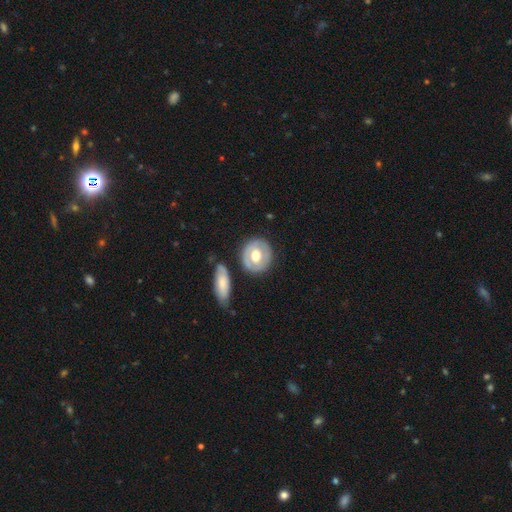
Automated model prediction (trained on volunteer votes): This is possibly a featured or disk galaxy (51%). It is clearly not viewed edge-on (93%). Merging: likely none (78%).